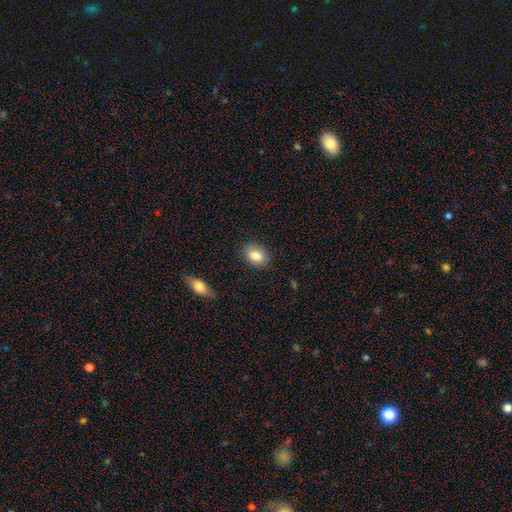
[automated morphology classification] smooth-or-featured: smooth: 85% | star or artifact: 8% | featured or disk: 7%
  how-rounded: in between: 79% | round: 20% | cigar-shaped: 2%
  merging: none: 84% | minor disturbance: 12% | major disturbance: 3% | merger: 2%